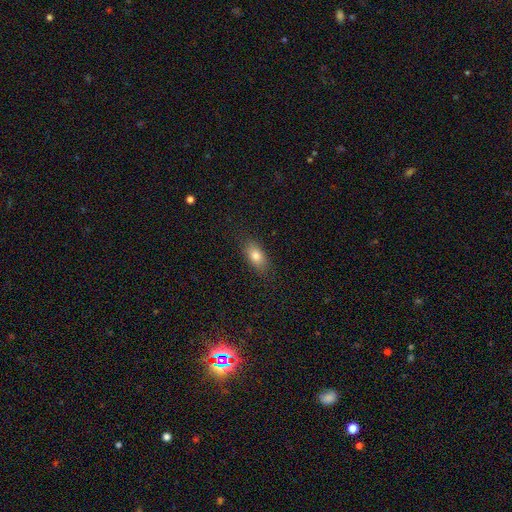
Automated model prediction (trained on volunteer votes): This is likely a smooth galaxy (78%). How rounded: clearly in between (85%). Merging: clearly none (85%).